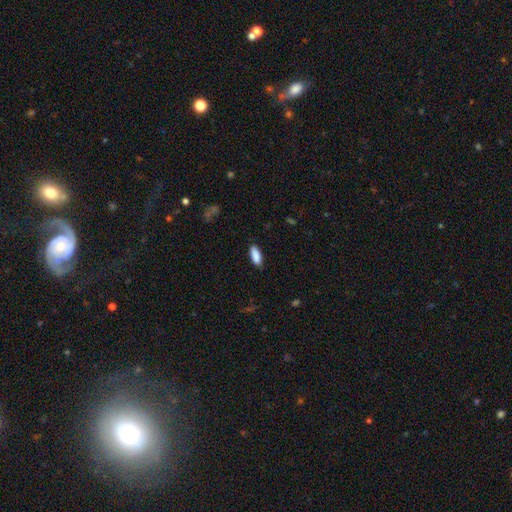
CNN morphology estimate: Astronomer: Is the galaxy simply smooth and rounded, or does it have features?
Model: smooth — 89%.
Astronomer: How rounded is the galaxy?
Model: in between — 69%.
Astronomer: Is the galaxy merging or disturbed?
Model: none — 85%.